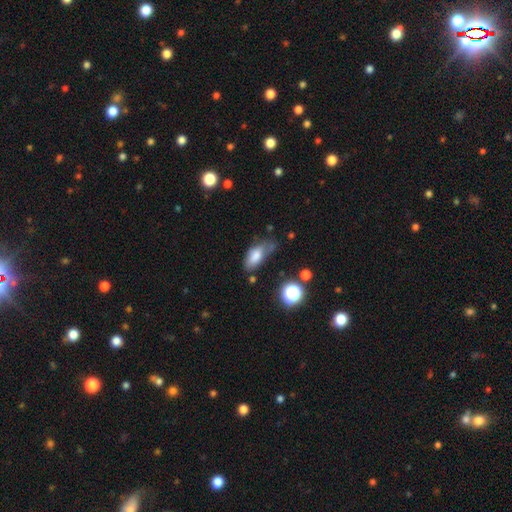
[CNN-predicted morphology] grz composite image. It shows a smooth galaxy with no disk features (72%) that is in between round and cigar-shaped (84%). Merging: minor disturbance (38%).